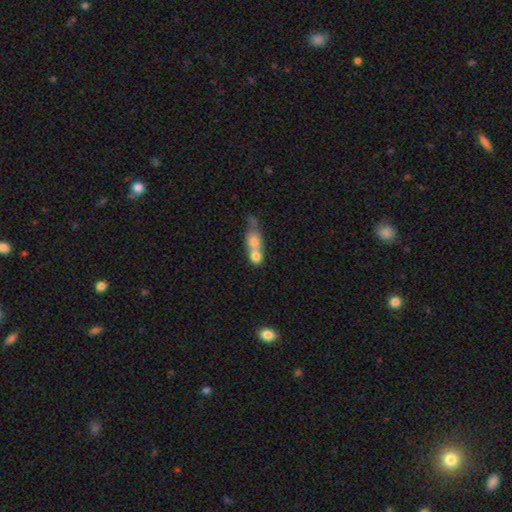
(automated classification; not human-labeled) Morphology: type=smooth (69%); roundness=round (51%); merging=merger (73%).